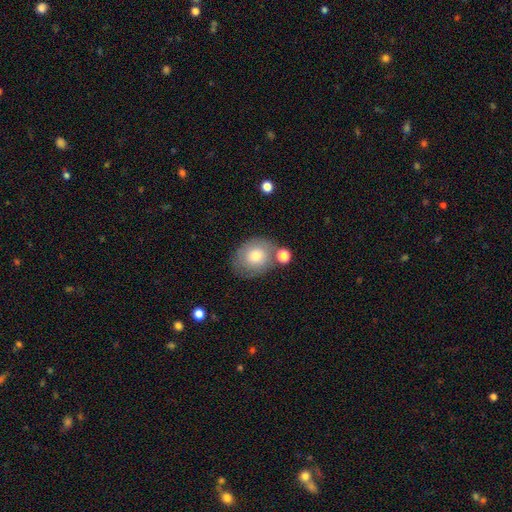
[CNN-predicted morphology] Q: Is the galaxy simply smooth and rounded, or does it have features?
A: smooth — 72%.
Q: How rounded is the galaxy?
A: round — 54%.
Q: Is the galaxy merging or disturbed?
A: none — 66%.